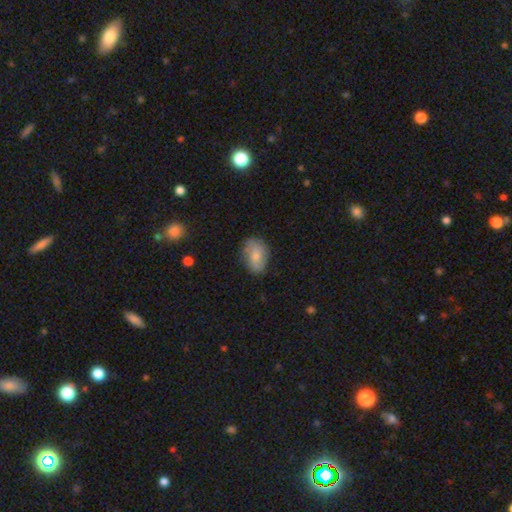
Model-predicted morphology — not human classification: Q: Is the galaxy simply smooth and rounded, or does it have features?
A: smooth — 72%.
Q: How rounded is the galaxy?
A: in between — 83%.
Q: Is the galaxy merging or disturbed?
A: none — 75%.